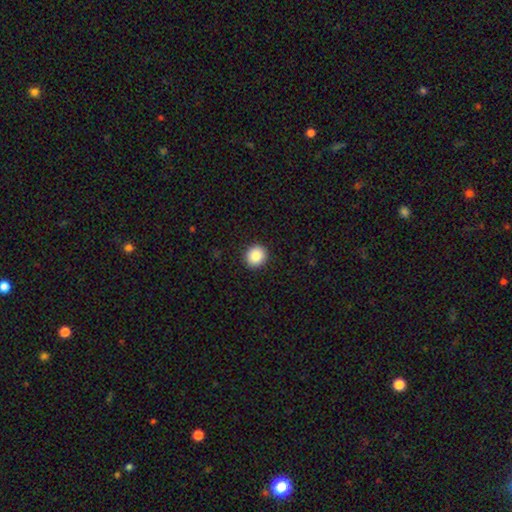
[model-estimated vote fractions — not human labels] smooth-or-featured: smooth: 87% | star or artifact: 9% | featured or disk: 4%
  how-rounded: round: 84% | in between: 15% | cigar-shaped: 1%
  merging: none: 92% | minor disturbance: 5% | major disturbance: 2% | merger: 1%